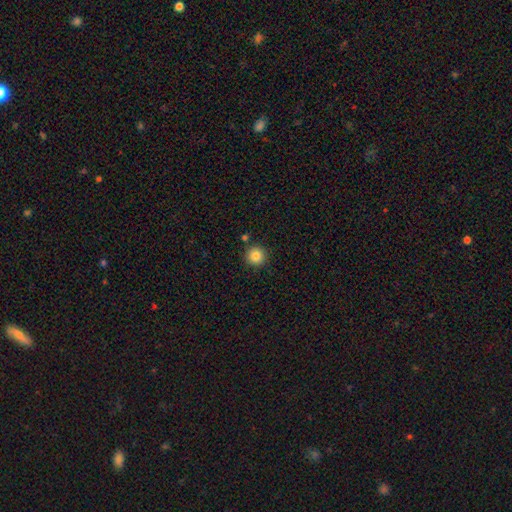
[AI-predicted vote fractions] smooth-or-featured: smooth: 85% | star or artifact: 10% | featured or disk: 5%
  how-rounded: round: 96% | in between: 4% | cigar-shaped: 1%
  merging: none: 88% | minor disturbance: 6% | merger: 4% | major disturbance: 2%